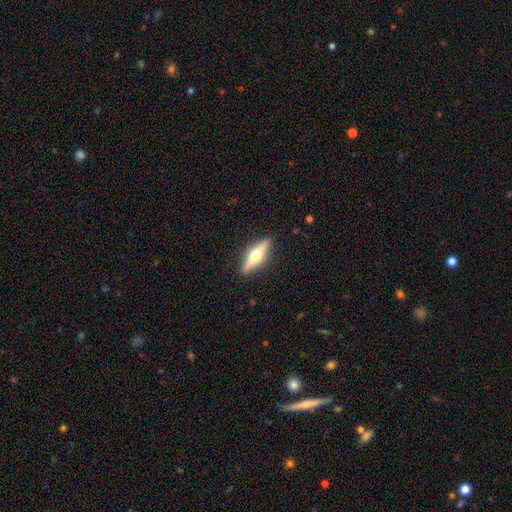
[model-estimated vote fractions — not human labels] Smooth or featured? Predicted: featured or disk (p=0.66). Edge-on disk? Predicted: yes (p=0.95). Edge-on bulge? Predicted: rounded (p=0.96). Merging? Predicted: none (p=0.90).